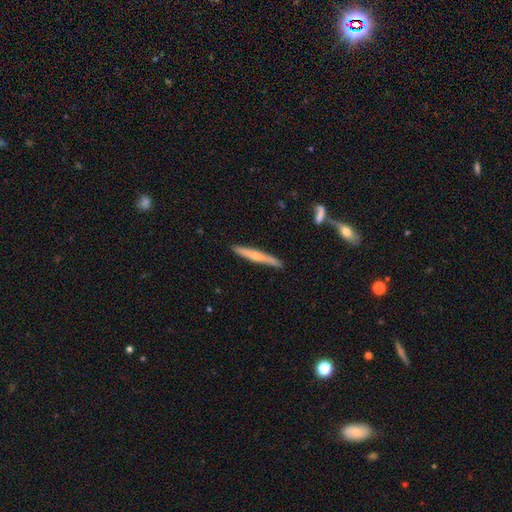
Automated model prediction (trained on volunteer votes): Overall: featured or disk (52%; smooth 42%). Edge-on disk: yes (95%). Edge-on bulge: rounded (71%). Merging: none (87%).